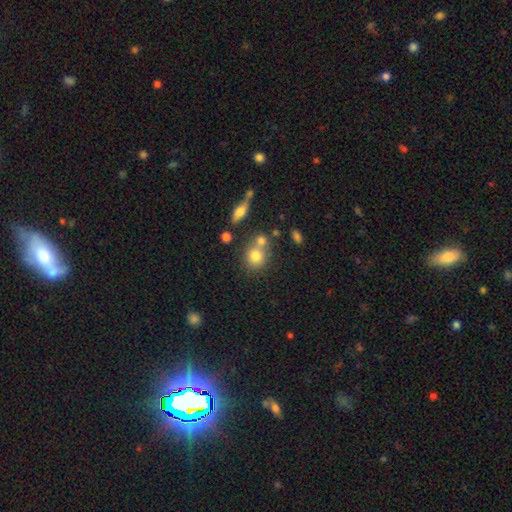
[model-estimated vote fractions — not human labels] smooth_or_featured: smooth (p=0.76) [alt: featured or disk p=0.13]
how_rounded: round (p=0.76) [alt: in between p=0.22]
merging: none (p=0.52) [alt: merger p=0.34]